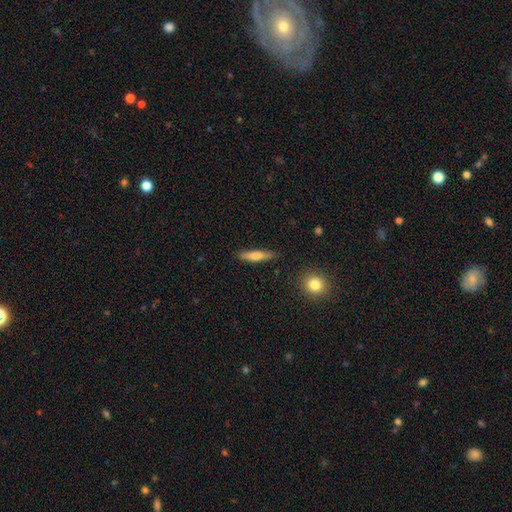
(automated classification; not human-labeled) Smooth or featured?
  - smooth: 70% *
  - featured or disk: 23%
  - star or artifact: 7%
How rounded?
  - cigar-shaped: 83% *
  - in between: 15%
  - round: 2%
Merging?
  - none: 84% *
  - minor disturbance: 12%
  - major disturbance: 2%
  - merger: 2%